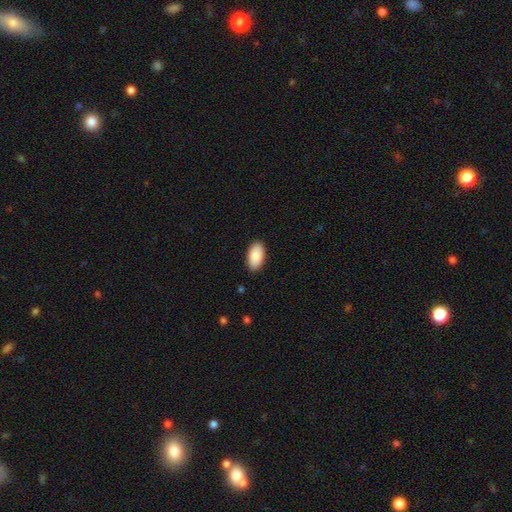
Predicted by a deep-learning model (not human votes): This is clearly a smooth galaxy (88%). How rounded: clearly in between (95%). Merging: clearly none (89%).